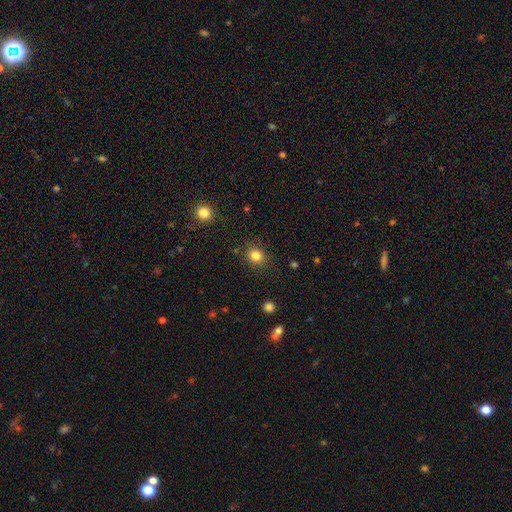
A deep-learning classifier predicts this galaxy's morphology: type=smooth (82%); roundness=round (67%); merging=none (84%).